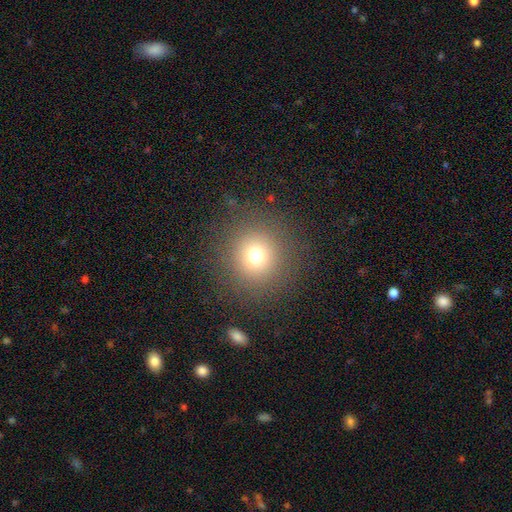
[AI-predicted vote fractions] smooth-or-featured: smooth: 71% | star or artifact: 18% | featured or disk: 10%
  how-rounded: round: 95% | in between: 4% | cigar-shaped: 1%
  merging: none: 87% | minor disturbance: 7% | major disturbance: 5% | merger: 1%